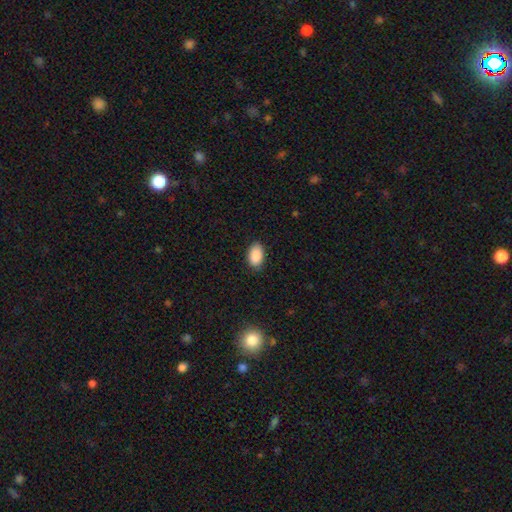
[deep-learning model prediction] A smooth galaxy with no disk features (89%) that is in between round and cigar-shaped (92%). Merging: none (85%).